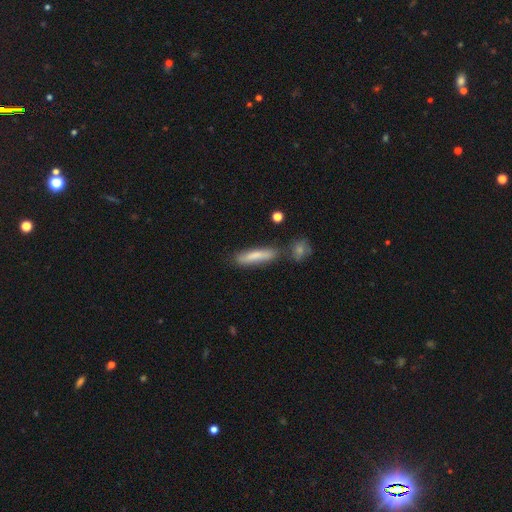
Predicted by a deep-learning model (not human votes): The model was most divided on "merging": none: 70%, minor disturbance: 15%, merger: 11%, major disturbance: 4%. More confident: how rounded — cigar-shaped (80%); smooth or featured — smooth (75%).